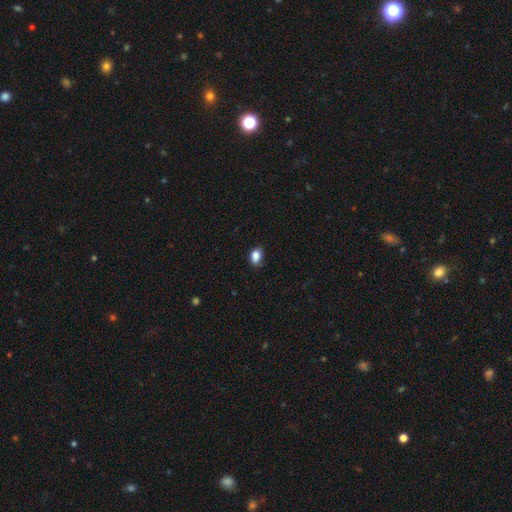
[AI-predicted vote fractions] Morphology: type=smooth (86%); roundness=in between (84%); merging=none (79%).